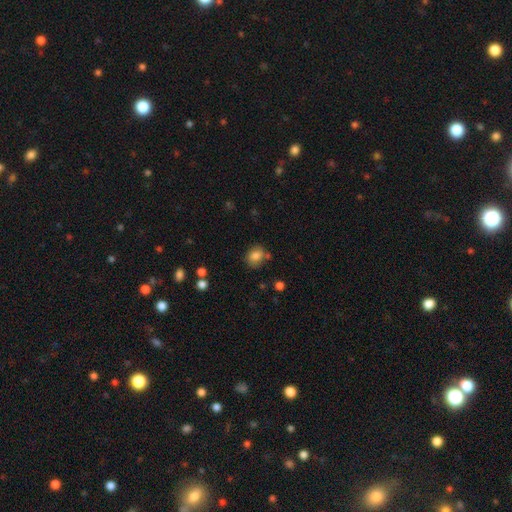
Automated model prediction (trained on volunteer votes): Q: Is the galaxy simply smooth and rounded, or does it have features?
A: smooth — 82%.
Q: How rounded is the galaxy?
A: round — 59%.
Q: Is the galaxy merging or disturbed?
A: none — 69%.